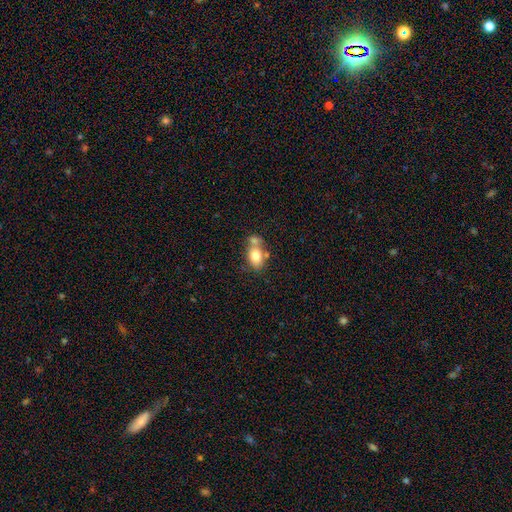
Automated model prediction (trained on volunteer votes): Morphology: type=smooth (77%); roundness=in between (77%); merging=merger (42%).